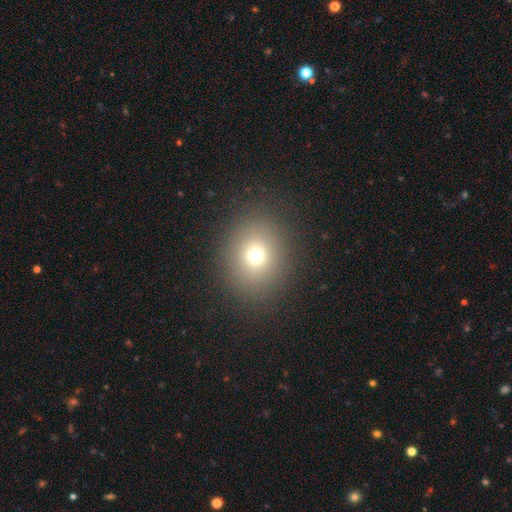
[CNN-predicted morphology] Q: Smooth or featured?
A: smooth (72%); runner-up: star or artifact (17%)
Q: How rounded?
A: round (68%); runner-up: in between (31%)
Q: Merging?
A: none (88%); runner-up: minor disturbance (7%)